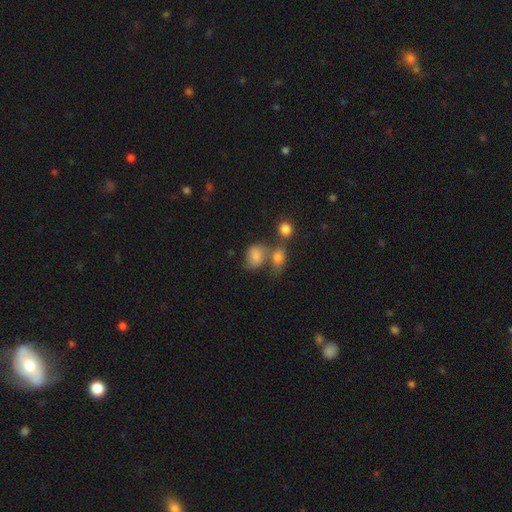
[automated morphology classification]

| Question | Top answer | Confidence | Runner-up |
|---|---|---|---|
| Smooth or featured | smooth | 78% | featured or disk (12%) |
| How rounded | in between | 68% | round (31%) |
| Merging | merger | 41% | none (33%) |